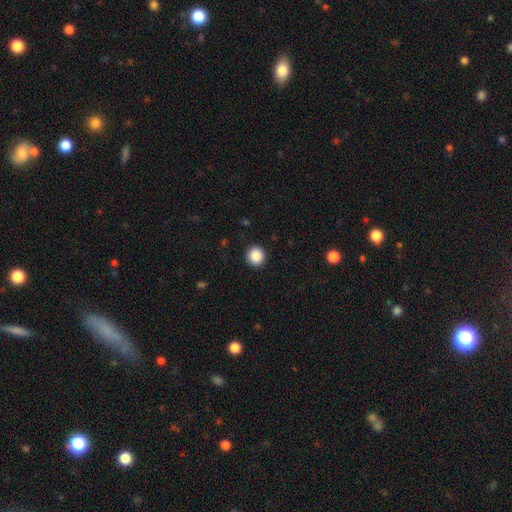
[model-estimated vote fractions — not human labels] The model was most divided on "smooth or featured": smooth: 88%, star or artifact: 9%, featured or disk: 3%. More confident: how rounded — round (94%); merging — none (92%).